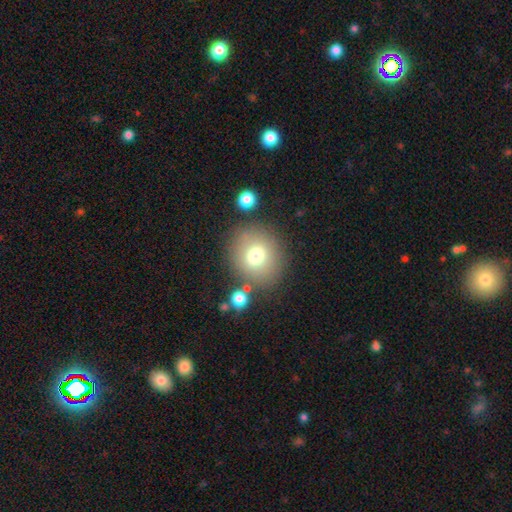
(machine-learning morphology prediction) smooth 74%, featured or disk 14%, star or artifact 13%. Down the decision tree: how rounded — round (81%); merging — none (78%).